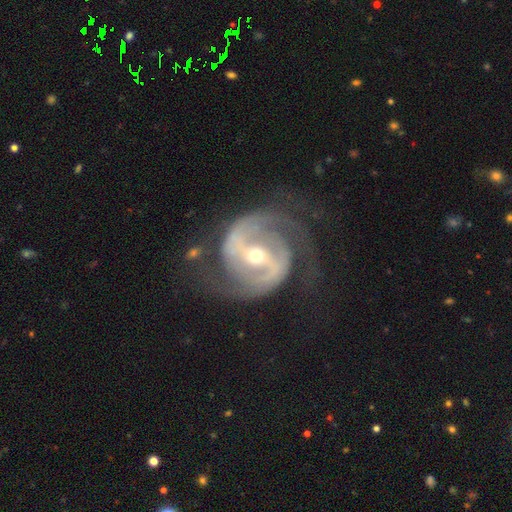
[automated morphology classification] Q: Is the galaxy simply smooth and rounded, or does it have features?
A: featured or disk — 91%.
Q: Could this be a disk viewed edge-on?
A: no — 97%.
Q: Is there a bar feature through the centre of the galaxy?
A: strong — 52%.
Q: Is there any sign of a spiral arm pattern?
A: yes — 97%.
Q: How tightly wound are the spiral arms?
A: medium — 53%.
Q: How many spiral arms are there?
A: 2 — 85%.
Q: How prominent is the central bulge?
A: moderate — 49%.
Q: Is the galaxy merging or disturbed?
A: none — 70%.